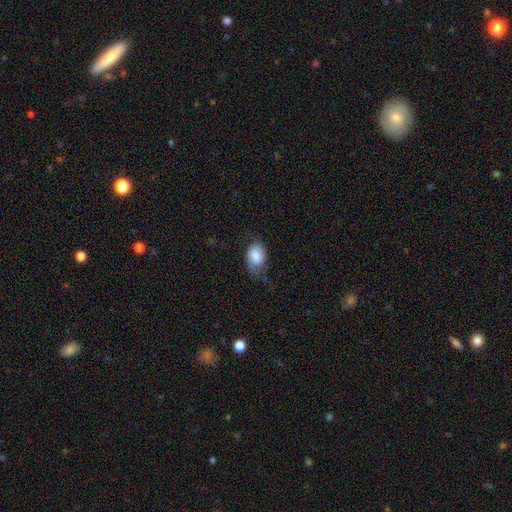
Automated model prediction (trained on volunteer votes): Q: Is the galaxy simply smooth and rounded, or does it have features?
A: smooth — 79%.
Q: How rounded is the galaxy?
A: in between — 83%.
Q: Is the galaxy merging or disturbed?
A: none — 43%.